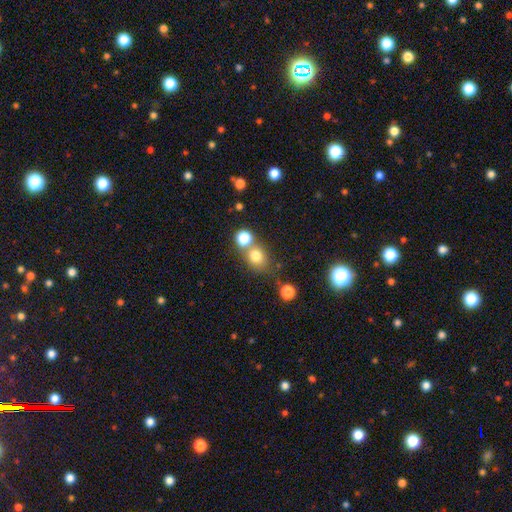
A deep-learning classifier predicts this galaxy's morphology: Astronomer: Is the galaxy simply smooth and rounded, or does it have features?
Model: smooth — 77%.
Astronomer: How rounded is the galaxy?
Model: round — 73%.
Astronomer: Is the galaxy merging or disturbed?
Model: none — 54% (runner-up: merger, 31%).